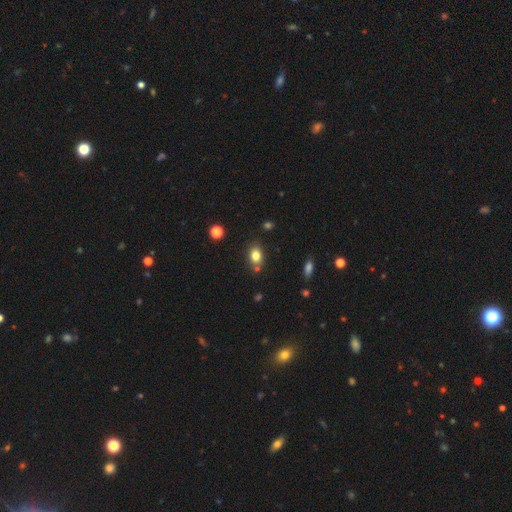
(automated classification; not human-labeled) This appears to be a smooth galaxy with no disk features (80%) that is in between round and cigar-shaped (68%). Merging: none (75%).